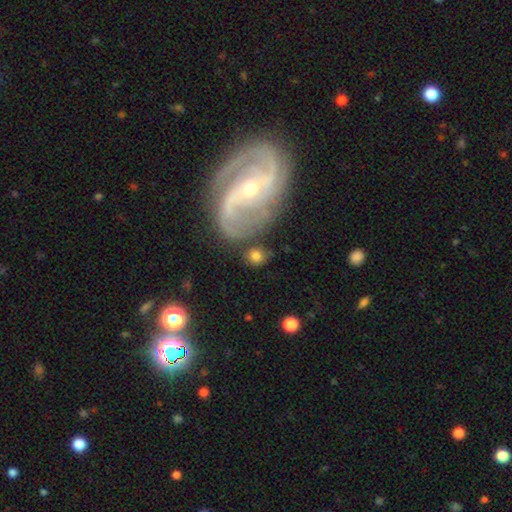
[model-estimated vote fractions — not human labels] Overall: smooth (70%). How rounded: round (74%). Merging: none (66%).